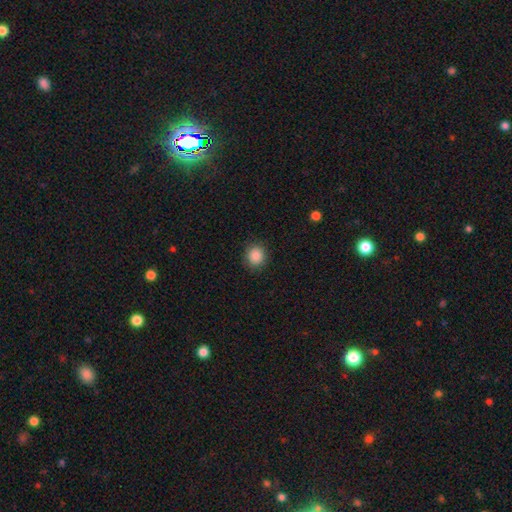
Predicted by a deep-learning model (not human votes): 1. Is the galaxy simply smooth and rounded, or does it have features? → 88% smooth, 9% star or artifact, 3% featured or disk.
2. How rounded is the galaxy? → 82% round, 17% in between, 1% cigar-shaped.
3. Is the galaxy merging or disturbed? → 88% none, 9% minor disturbance, 3% major disturbance, 1% merger.